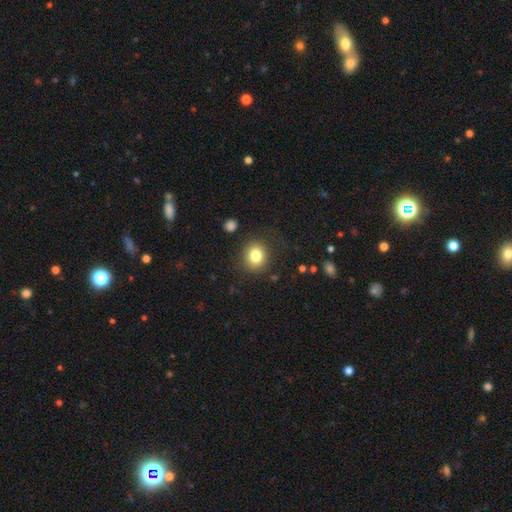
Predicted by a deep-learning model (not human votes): Smooth or featured: smooth — 81% (star or artifact — 11%)
How rounded: round — 79% (in between — 20%)
Merging: none — 84% (minor disturbance — 10%)